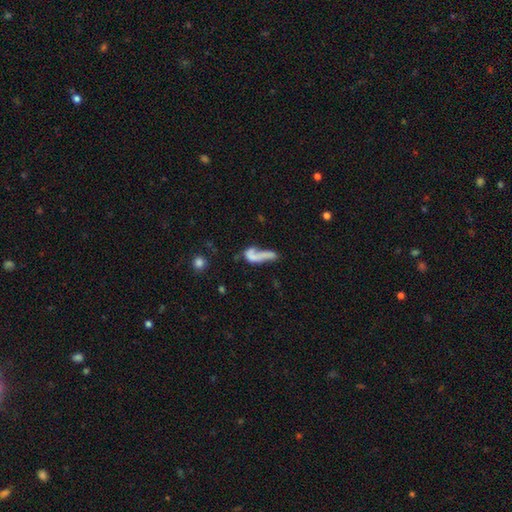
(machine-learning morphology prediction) A smooth galaxy with no disk features (51%) that is cigar-shaped (48%).

Vote fractions:
- Smooth or featured? smooth: 51% / featured or disk: 37% / star or artifact: 12%
- How rounded? cigar-shaped: 48% / in between: 46% / round: 6%
- Merging? merger: 31% (tied) / major disturbance: 31% (tied) / none: 23% / minor disturbance: 15%